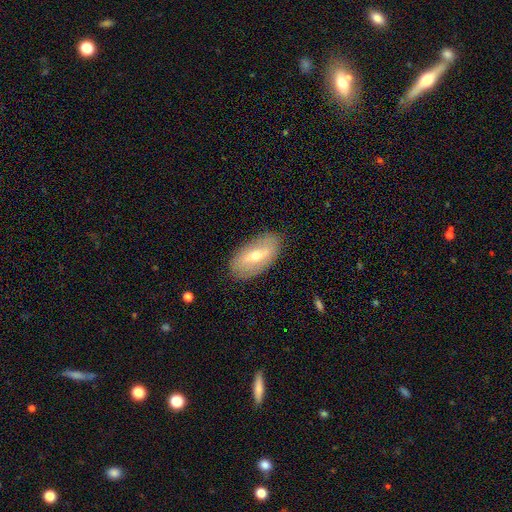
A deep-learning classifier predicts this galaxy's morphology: type=featured or disk (50%); merging=none (84%).